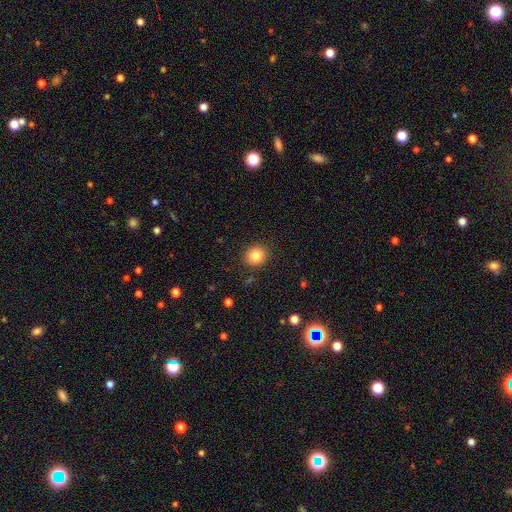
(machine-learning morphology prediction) Q: Smooth or featured?
A: smooth (83%); runner-up: star or artifact (11%)
Q: How rounded?
A: round (88%); runner-up: in between (11%)
Q: Merging?
A: none (89%); runner-up: minor disturbance (7%)